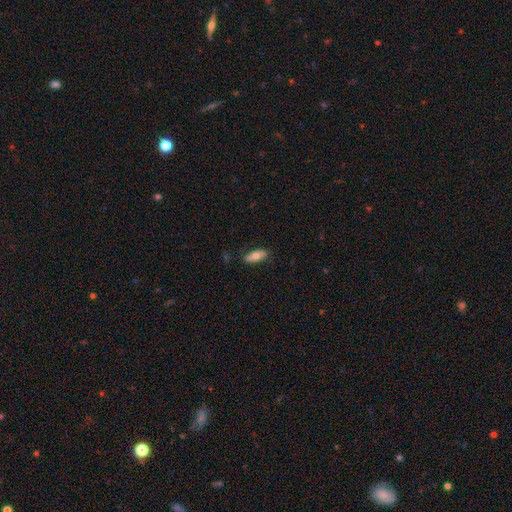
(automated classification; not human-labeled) This is likely a smooth galaxy (69%). How rounded: clearly in between (81%). Merging: clearly none (81%).